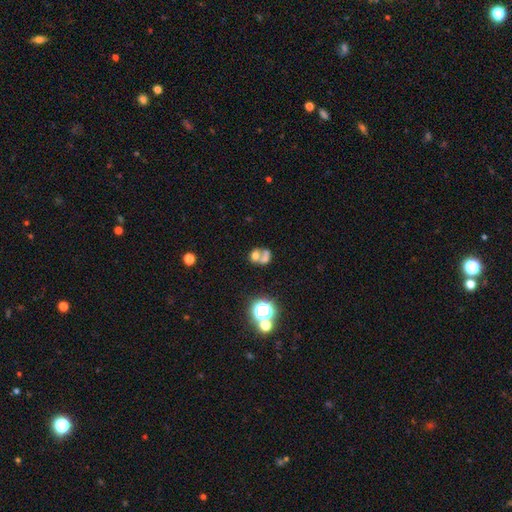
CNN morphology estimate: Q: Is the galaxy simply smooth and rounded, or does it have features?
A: smooth — 56%.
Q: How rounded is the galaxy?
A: round — 60%.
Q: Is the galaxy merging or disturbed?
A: merger — 63%.